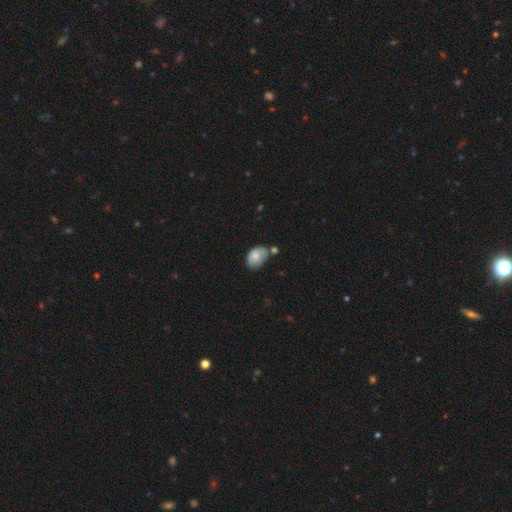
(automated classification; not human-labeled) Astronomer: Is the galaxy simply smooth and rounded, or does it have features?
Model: smooth — 72%.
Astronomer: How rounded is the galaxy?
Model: in between — 84%.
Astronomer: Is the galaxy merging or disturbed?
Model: none — 46% (runner-up: minor disturbance, 31%).